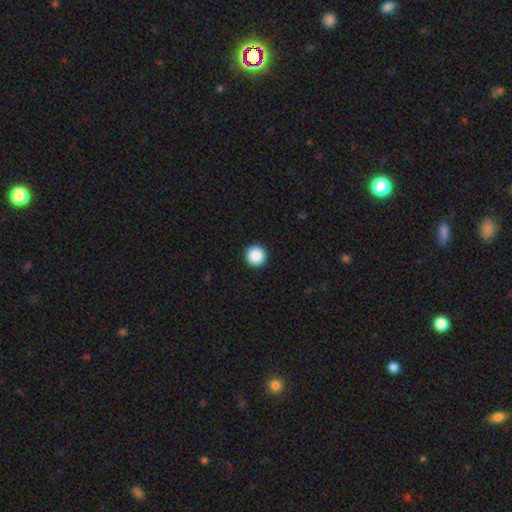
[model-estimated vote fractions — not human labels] smooth_or_featured: smooth (p=0.89) [alt: star or artifact p=0.09]
how_rounded: round (p=0.97) [alt: in between p=0.02]
merging: none (p=0.94) [alt: minor disturbance p=0.04]